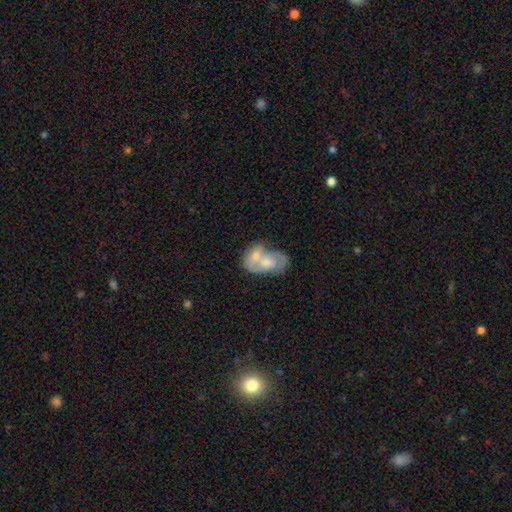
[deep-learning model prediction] Smooth or featured? featured or disk (53%)
Edge-on disk? no (96%)
Bar? no (68%)
Spiral arms? yes (57%)
Bulge size? moderate (55%)
Merging? merger (71%)